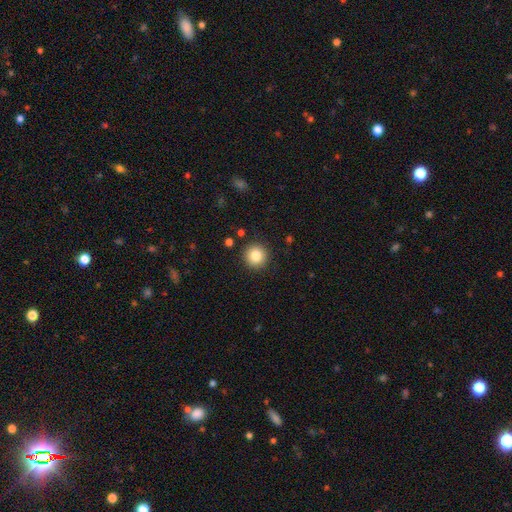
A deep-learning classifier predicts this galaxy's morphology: Smooth or featured: smooth — 84% (star or artifact — 10%)
How rounded: round — 95% (in between — 4%)
Merging: none — 91% (minor disturbance — 6%)